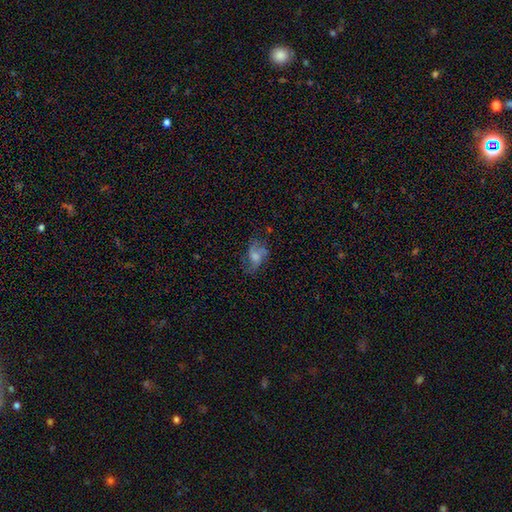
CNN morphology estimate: Smooth or featured? featured or disk (49%)
Merging? none (49%)